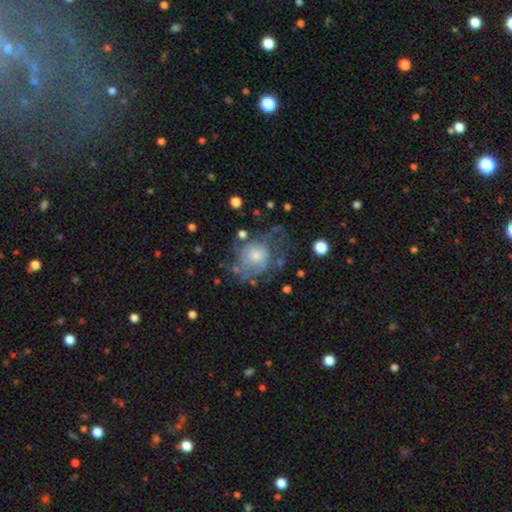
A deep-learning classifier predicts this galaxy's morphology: Smooth or featured?
  - featured or disk: 59% *
  - smooth: 33%
  - star or artifact: 9%
Edge-on disk?
  - no: 97% *
  - yes: 3%
Bar?
  - no: 80% *
  - weak: 17%
  - strong: 3%
Spiral arms?
  - yes: 60% *
  - no: 40%
Bulge size?
  - moderate: 43% *
  - small: 37%
  - large: 11%
  - none: 7%
  - dominant: 2%
Merging?
  - none: 37% *
  - major disturbance: 35%
  - minor disturbance: 23%
  - merger: 4%